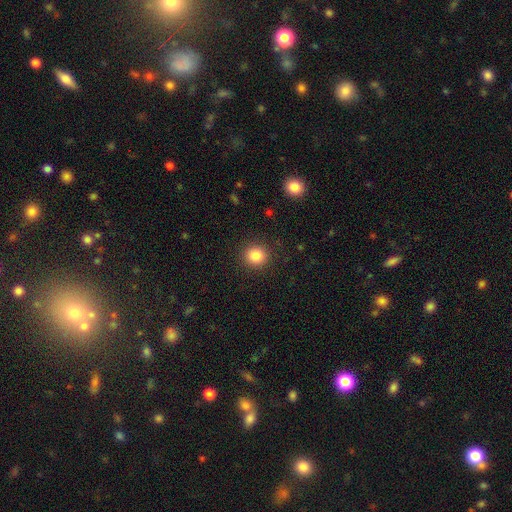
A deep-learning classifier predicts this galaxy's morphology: This appears to be a smooth galaxy with no disk features (85%) that is round (89%). Merging: none (91%).